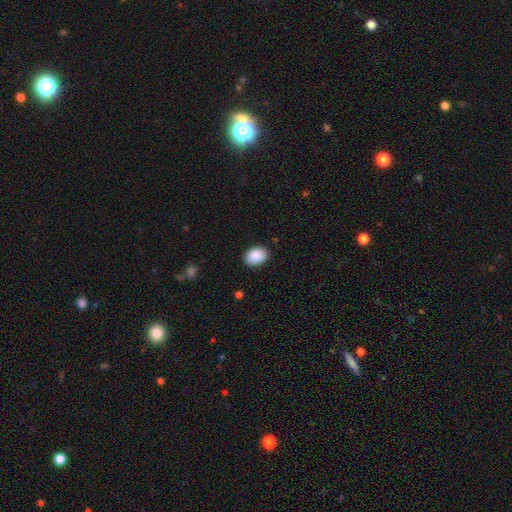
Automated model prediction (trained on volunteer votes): smooth-or-featured: smooth: 90% | star or artifact: 7% | featured or disk: 3%
  how-rounded: in between: 78% | round: 21% | cigar-shaped: 1%
  merging: none: 89% | minor disturbance: 8% | major disturbance: 2% | merger: 1%